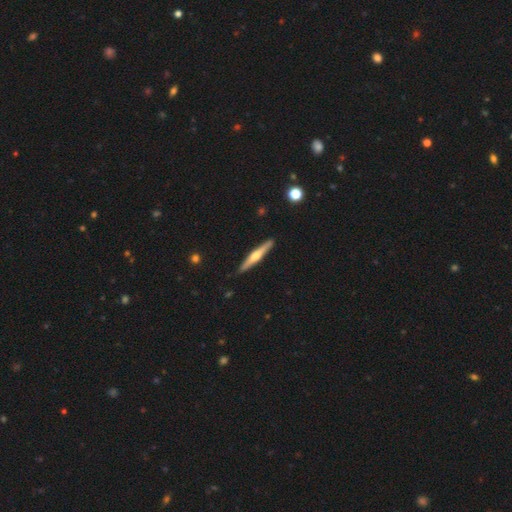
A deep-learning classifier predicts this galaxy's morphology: The model was most divided on "smooth or featured": featured or disk: 62%, smooth: 33%, star or artifact: 5%. More confident: edge-on disk — yes (97%); merging — none (91%); edge-on bulge — rounded (88%).